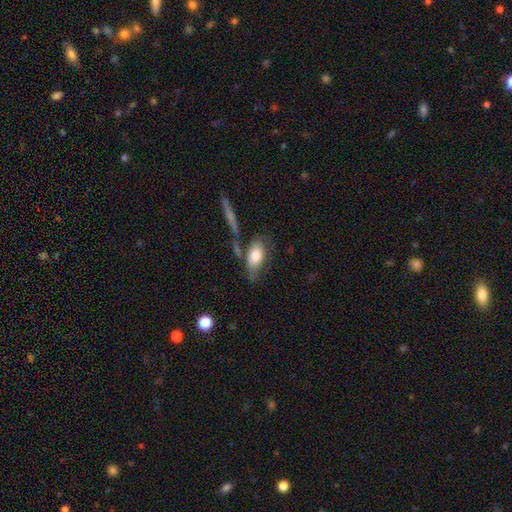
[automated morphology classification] This is likely a smooth galaxy (75%). How rounded: clearly in between (88%). Merging: possibly none (48%).